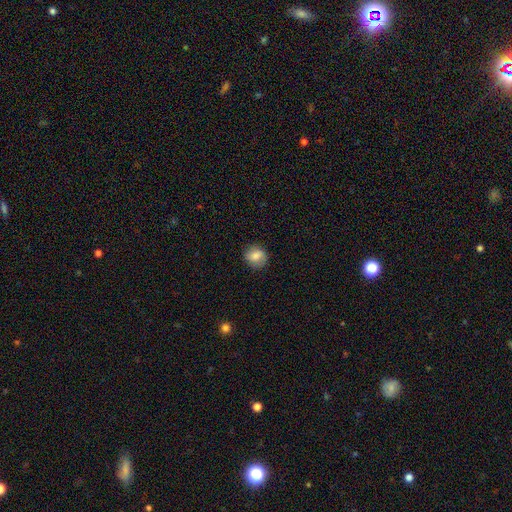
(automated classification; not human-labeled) Smooth or featured? smooth (75%)
How rounded? round (73%)
Merging? none (81%)